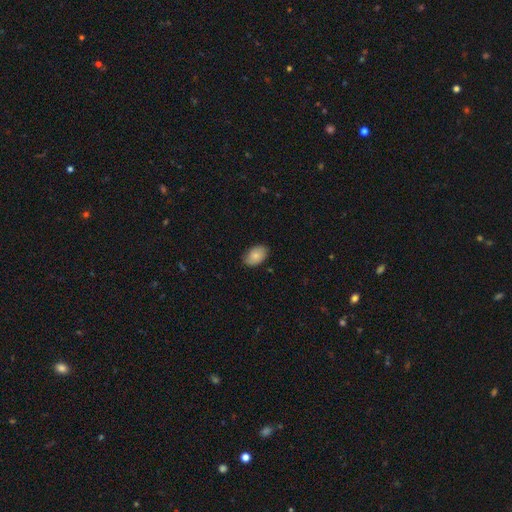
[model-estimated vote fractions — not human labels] Morphology: type=smooth (82%); roundness=in between (90%); merging=none (84%).